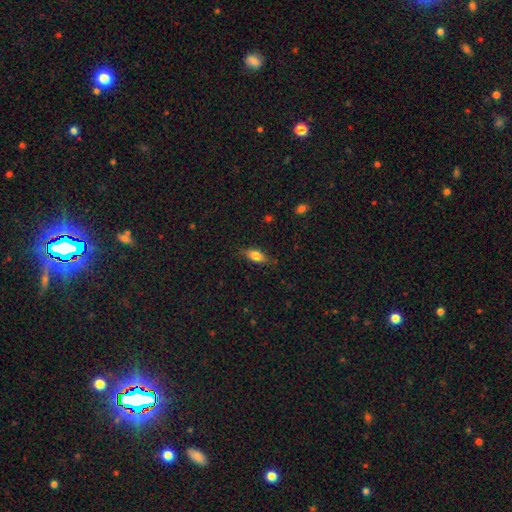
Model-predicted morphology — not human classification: Smooth or featured: smooth — 77% (featured or disk — 15%)
How rounded: in between — 81% (cigar-shaped — 15%)
Merging: none — 76% (minor disturbance — 18%)